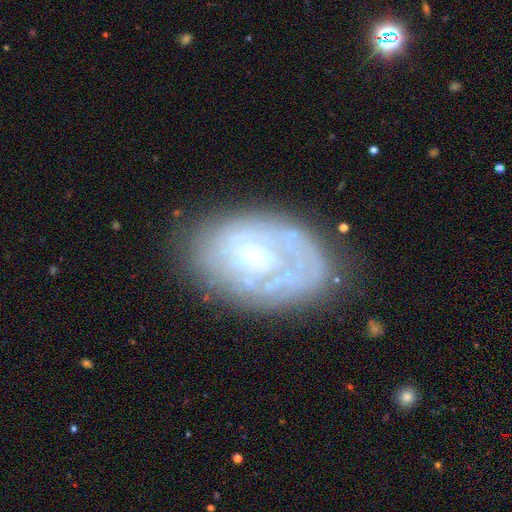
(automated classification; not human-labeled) The model was most divided on "spiral arms": yes: 64%, no: 36%. More confident: edge-on disk — no (96%); bar — no (69%); merging — none (68%); smooth or featured — featured or disk (68%); bulge size — small (64%).